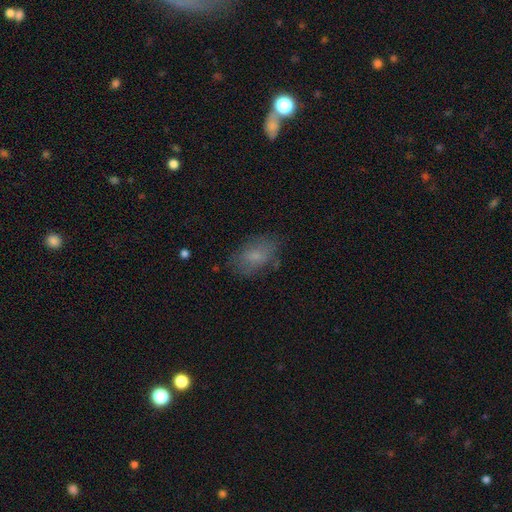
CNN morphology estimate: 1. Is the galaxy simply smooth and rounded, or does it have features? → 69% smooth, 21% featured or disk, 10% star or artifact.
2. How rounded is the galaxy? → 88% in between, 10% round, 2% cigar-shaped.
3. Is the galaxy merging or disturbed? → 70% none, 20% minor disturbance, 9% major disturbance, 2% merger.